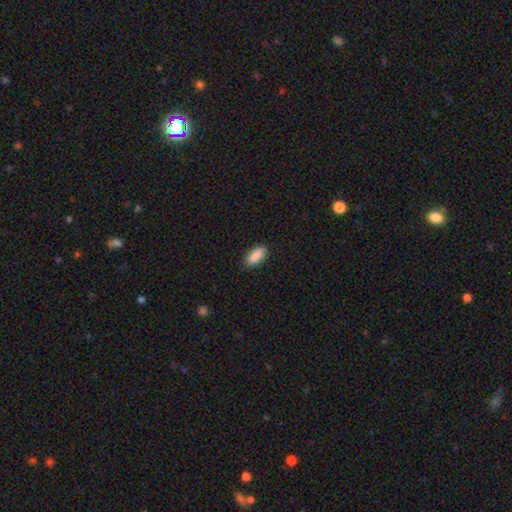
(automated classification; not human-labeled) Smooth or featured? smooth (90%)
How rounded? in between (87%)
Merging? none (88%)